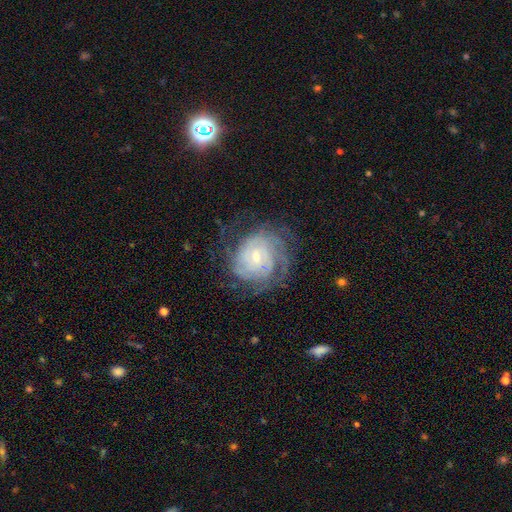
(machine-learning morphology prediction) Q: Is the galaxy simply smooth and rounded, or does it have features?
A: featured or disk — 82%.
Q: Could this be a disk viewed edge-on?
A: no — 97%.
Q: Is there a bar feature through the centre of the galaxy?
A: no — 62%.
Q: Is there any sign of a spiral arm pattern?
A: yes — 94%.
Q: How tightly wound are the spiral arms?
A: tight — 73%.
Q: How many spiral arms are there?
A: can't tell — 44%.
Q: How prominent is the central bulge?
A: small — 68%.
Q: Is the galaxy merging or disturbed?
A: none — 68%.